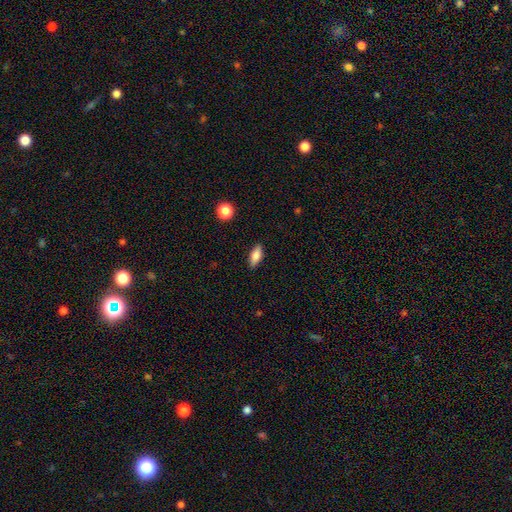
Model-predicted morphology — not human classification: smooth_or_featured: smooth (p=0.80) [alt: featured or disk p=0.13]
how_rounded: in between (p=0.79) [alt: cigar-shaped p=0.18]
merging: none (p=0.87) [alt: minor disturbance p=0.10]